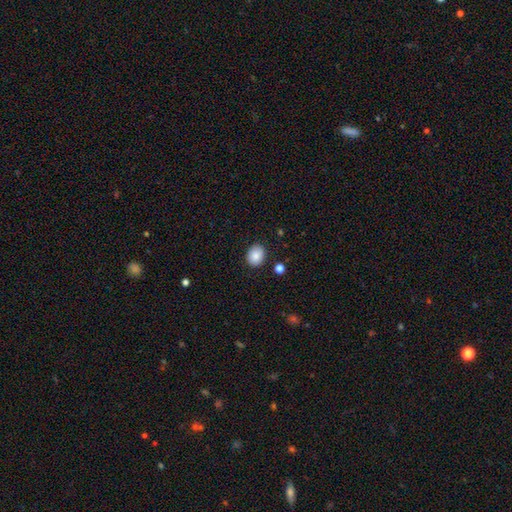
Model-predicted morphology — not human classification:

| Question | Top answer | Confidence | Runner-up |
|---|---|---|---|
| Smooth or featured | smooth | 86% | star or artifact (8%) |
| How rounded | round | 51% | in between (48%) |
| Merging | none | 86% | minor disturbance (10%) |